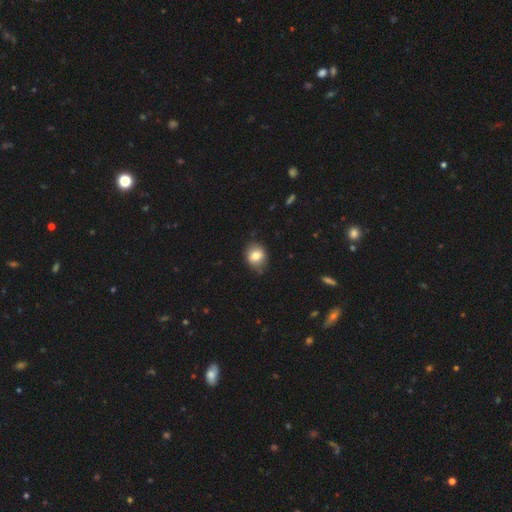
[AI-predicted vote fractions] This appears to be a smooth galaxy with no disk features (78%) that is round (67%). Merging: none (83%).